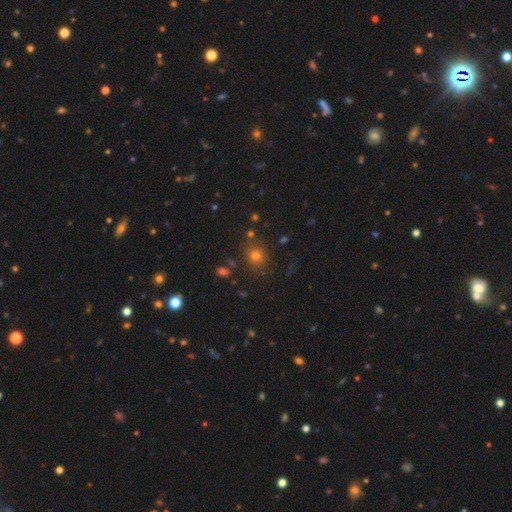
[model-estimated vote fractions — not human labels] Q: Smooth or featured?
A: smooth (71%); runner-up: star or artifact (21%)
Q: How rounded?
A: round (80%); runner-up: in between (19%)
Q: Merging?
A: none (82%); runner-up: minor disturbance (10%)